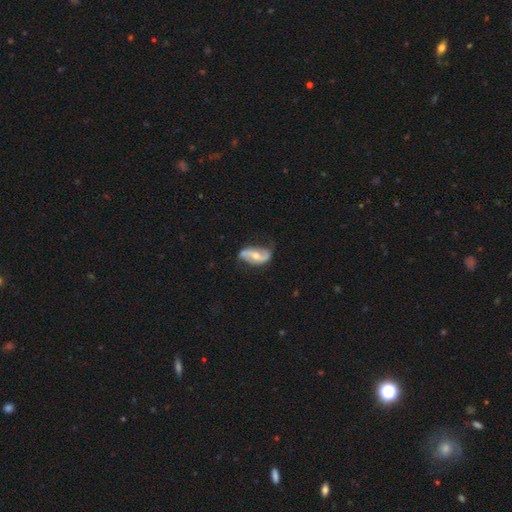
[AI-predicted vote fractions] Q: Smooth or featured?
A: featured or disk (75%); runner-up: smooth (19%)
Q: Edge-on disk?
A: no (93%); runner-up: yes (7%)
Q: Bar?
A: strong (35%); tied with: weak (35%)
Q: Spiral arms?
A: yes (87%); runner-up: no (13%)
Q: Spiral winding?
A: loose (68%); runner-up: medium (23%)
Q: Spiral arm count?
A: 2 (89%); runner-up: can't tell (5%)
Q: Bulge size?
A: moderate (63%); runner-up: small (31%)
Q: Merging?
A: none (61%); runner-up: minor disturbance (27%)